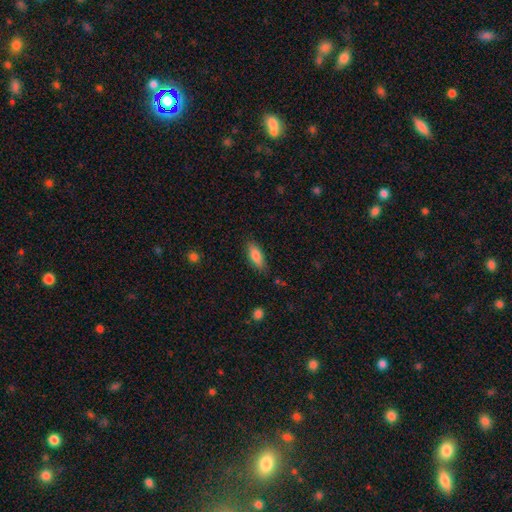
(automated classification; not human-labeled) This appears to be a smooth galaxy with no disk features (80%) that is in between round and cigar-shaped (71%). Merging: none (83%).